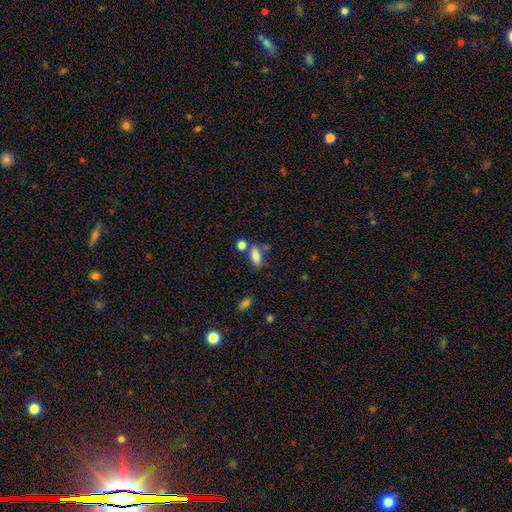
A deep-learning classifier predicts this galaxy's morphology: Overall: smooth (80%). How rounded: in between (74%). Merging: none (57%; merger 20%).